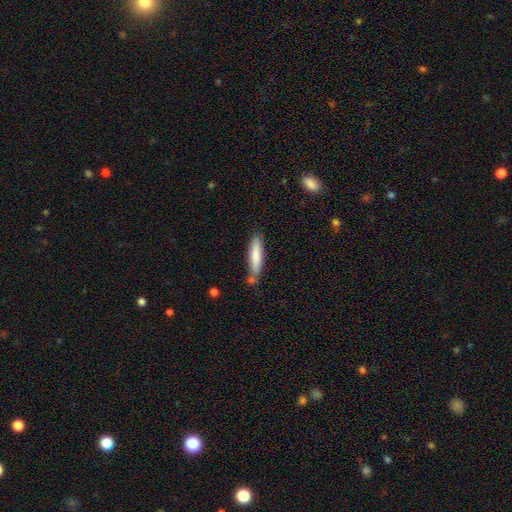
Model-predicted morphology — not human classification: smooth-or-featured: smooth: 78% | featured or disk: 16% | star or artifact: 6%
  how-rounded: cigar-shaped: 82% | in between: 17% | round: 1%
  merging: none: 69% | minor disturbance: 19% | merger: 8% | major disturbance: 4%